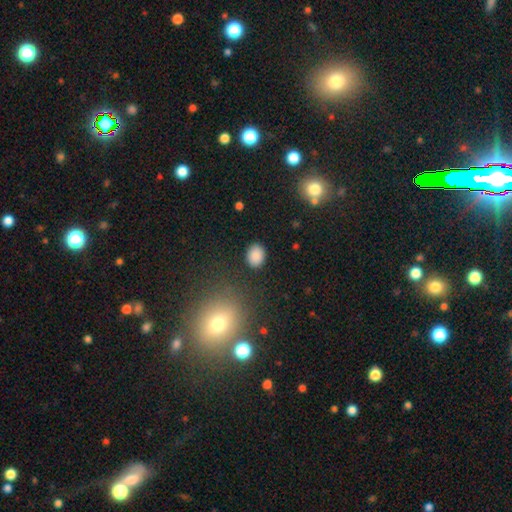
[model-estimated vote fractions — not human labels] Q: Smooth or featured?
A: smooth (87%); runner-up: star or artifact (9%)
Q: How rounded?
A: in between (54%); runner-up: round (45%)
Q: Merging?
A: none (87%); runner-up: minor disturbance (9%)